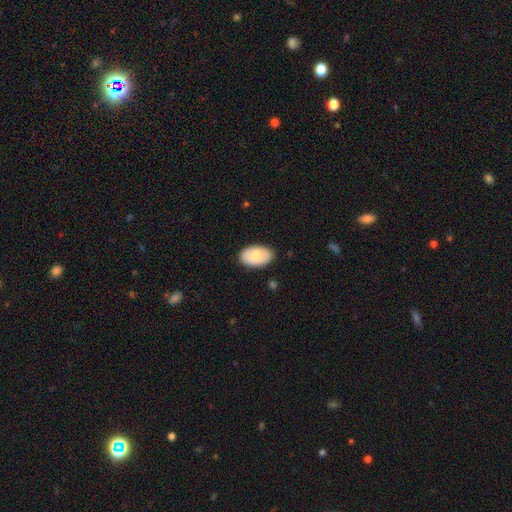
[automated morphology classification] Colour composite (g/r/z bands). It shows a smooth galaxy with no disk features (73%) that is in between round and cigar-shaped (93%). Merging: none (85%).